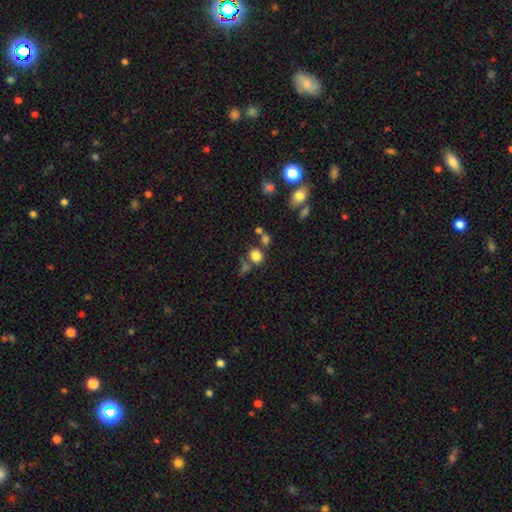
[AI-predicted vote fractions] Morphology: type=smooth (79%); roundness=round (64%); merging=none (59%).